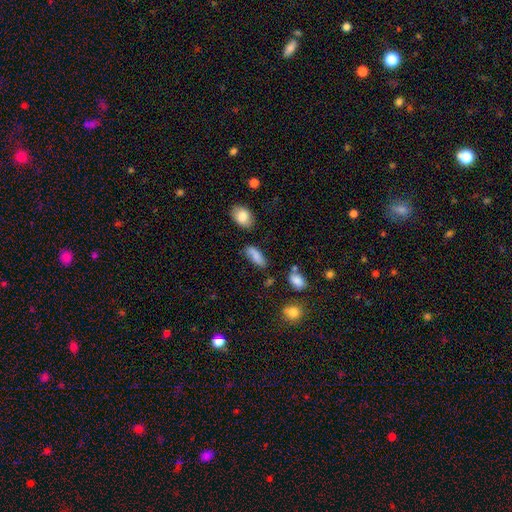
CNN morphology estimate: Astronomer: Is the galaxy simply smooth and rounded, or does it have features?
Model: smooth — 78%.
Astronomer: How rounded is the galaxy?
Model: in between — 71%.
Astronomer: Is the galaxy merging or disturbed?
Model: none — 66%.